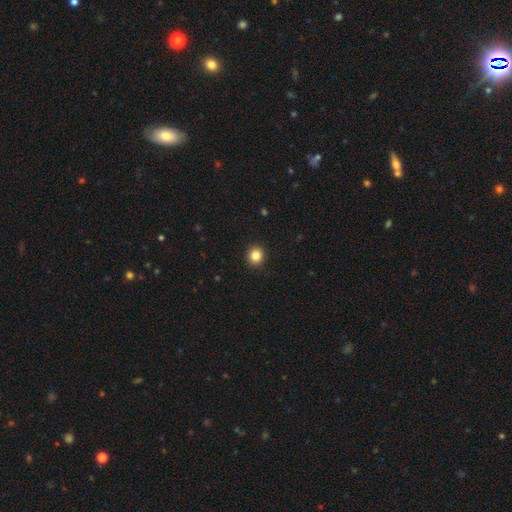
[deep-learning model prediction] smooth-or-featured: smooth: 85% | star or artifact: 11% | featured or disk: 5%
  how-rounded: round: 91% | in between: 8% | cigar-shaped: 1%
  merging: none: 93% | minor disturbance: 5% | major disturbance: 2% | merger: 1%